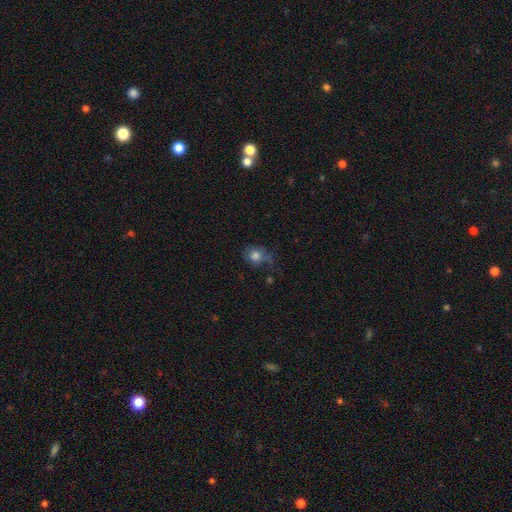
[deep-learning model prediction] smooth 78%, star or artifact 11%, featured or disk 11%. Down the decision tree: how rounded — round (66%); merging — none (51%).